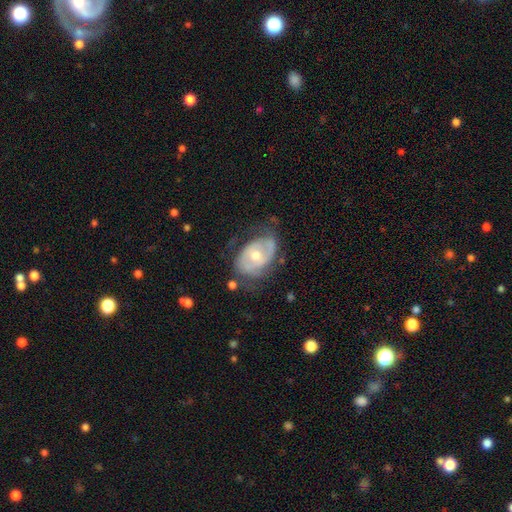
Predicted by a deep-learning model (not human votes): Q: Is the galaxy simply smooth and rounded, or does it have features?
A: featured or disk — 76%.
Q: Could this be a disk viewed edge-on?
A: no — 95%.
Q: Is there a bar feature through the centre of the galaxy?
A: no — 63%.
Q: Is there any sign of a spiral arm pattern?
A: yes — 80%.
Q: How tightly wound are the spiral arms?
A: tight — 51%.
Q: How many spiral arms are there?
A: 2 — 59%.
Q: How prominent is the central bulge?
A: moderate — 63%.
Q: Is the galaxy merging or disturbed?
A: none — 60%.